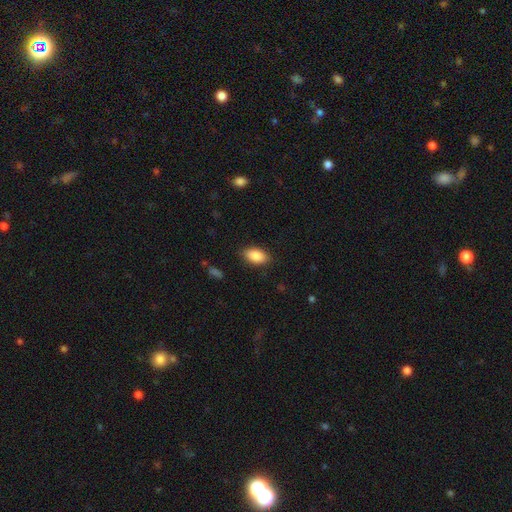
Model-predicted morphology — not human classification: Smooth or featured?
  - smooth: 88% *
  - star or artifact: 7%
  - featured or disk: 5%
How rounded?
  - in between: 92% *
  - round: 5%
  - cigar-shaped: 3%
Merging?
  - none: 86% *
  - minor disturbance: 10%
  - major disturbance: 3%
  - merger: 1%